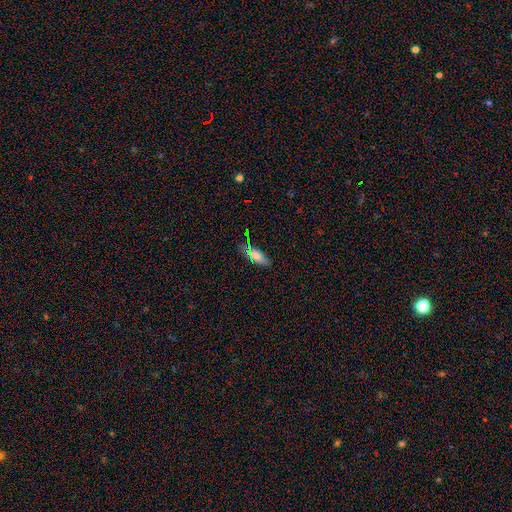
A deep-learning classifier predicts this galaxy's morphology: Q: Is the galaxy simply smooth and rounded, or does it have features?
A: smooth — 70%.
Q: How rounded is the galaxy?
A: in between — 73%.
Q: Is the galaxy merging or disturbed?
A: none — 79%.